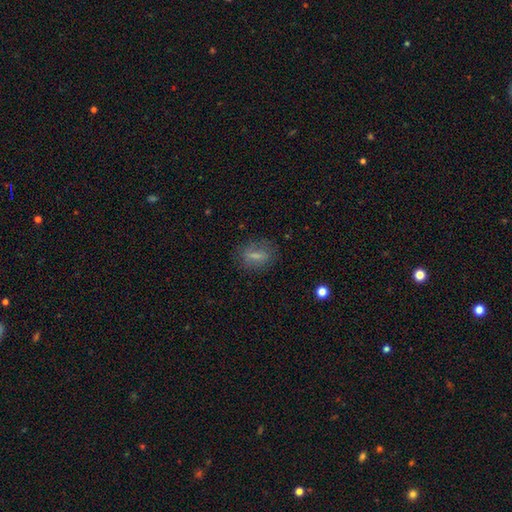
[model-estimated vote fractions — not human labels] Smooth or featured?
  - smooth: 62% *
  - featured or disk: 27%
  - star or artifact: 12%
How rounded?
  - in between: 59% *
  - round: 22%
  - cigar-shaped: 19%
Merging?
  - none: 75% *
  - minor disturbance: 16%
  - major disturbance: 7%
  - merger: 2%